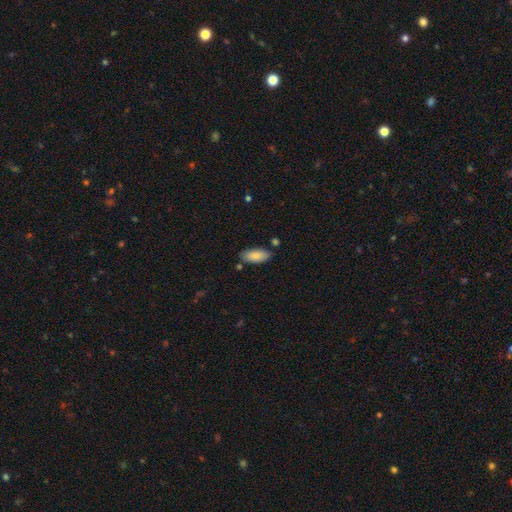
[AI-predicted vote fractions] smooth_or_featured: smooth (p=0.86) [alt: featured or disk p=0.08]
how_rounded: in between (p=0.87) [alt: cigar-shaped p=0.11]
merging: none (p=0.78) [alt: minor disturbance p=0.14]